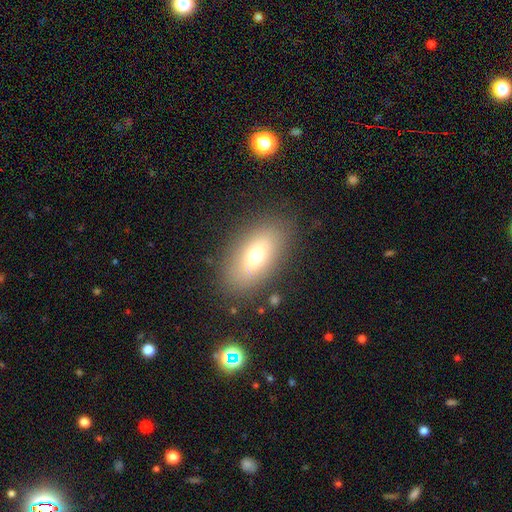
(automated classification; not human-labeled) Smooth or featured? smooth (69%)
How rounded? in between (88%)
Merging? none (84%)